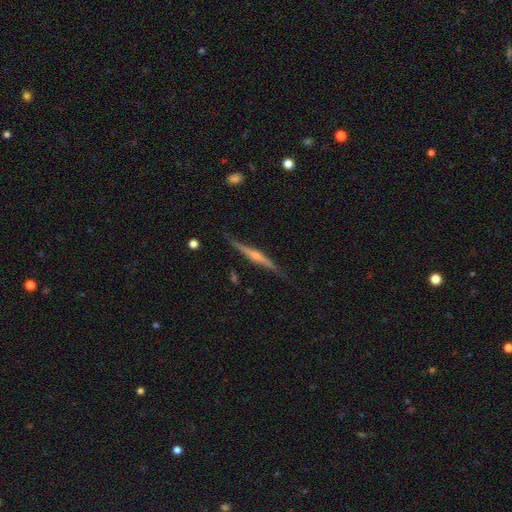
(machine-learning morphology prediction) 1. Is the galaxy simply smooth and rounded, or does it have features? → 78% featured or disk, 16% smooth, 6% star or artifact.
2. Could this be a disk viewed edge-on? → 97% yes, 3% no.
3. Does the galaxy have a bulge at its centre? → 78% rounded, 12% none, 9% boxy.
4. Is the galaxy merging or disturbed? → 85% none, 12% minor disturbance, 2% major disturbance, 1% merger.